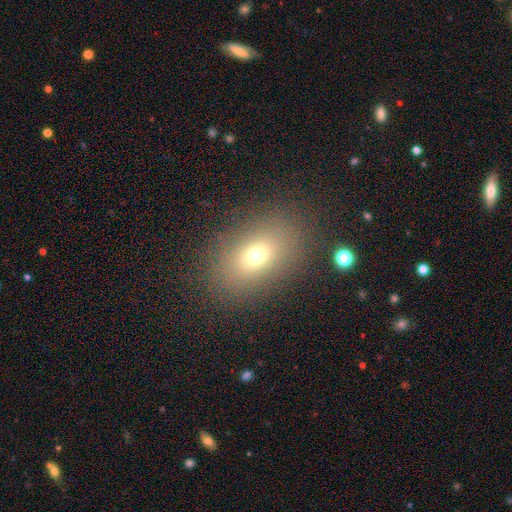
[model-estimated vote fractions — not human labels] Overall: smooth (69%). How rounded: in between (79%). Merging: none (84%).